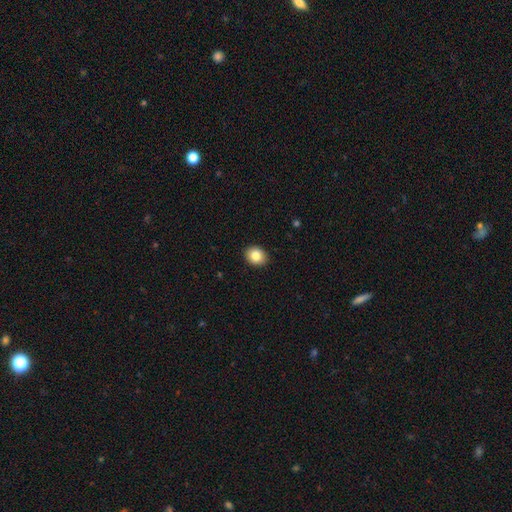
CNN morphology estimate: smooth-or-featured: smooth: 84% | star or artifact: 9% | featured or disk: 7%
  how-rounded: round: 54% | in between: 45% | cigar-shaped: 1%
  merging: none: 91% | minor disturbance: 6% | major disturbance: 2% | merger: 1%